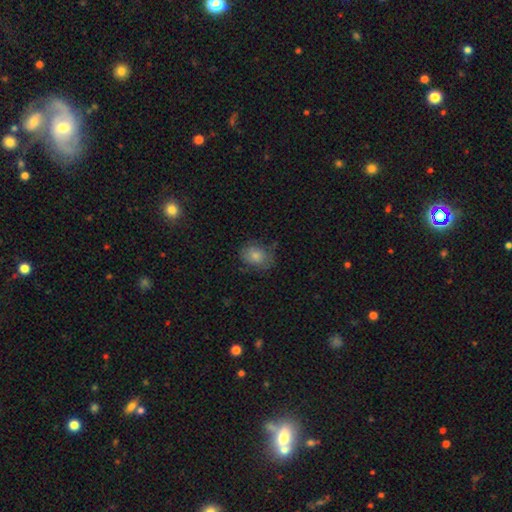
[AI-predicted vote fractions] Smooth or featured? Predicted: smooth (p=0.79). How rounded? Predicted: in between (p=0.55). Merging? Predicted: none (p=0.65).